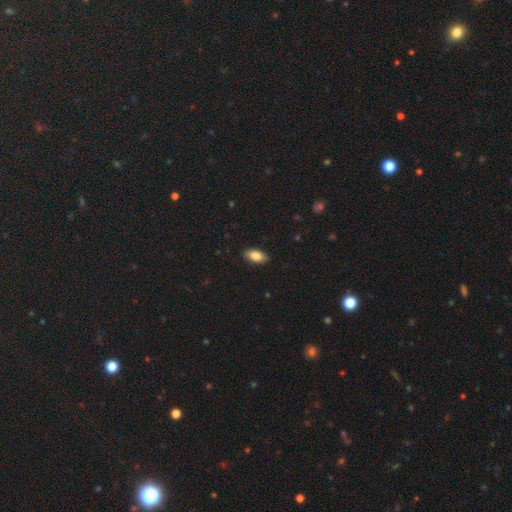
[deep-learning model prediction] Smooth or featured?
  - smooth: 86% *
  - featured or disk: 8%
  - star or artifact: 7%
How rounded?
  - in between: 92% *
  - cigar-shaped: 4%
  - round: 3%
Merging?
  - none: 88% *
  - minor disturbance: 9%
  - major disturbance: 2%
  - merger: 1%